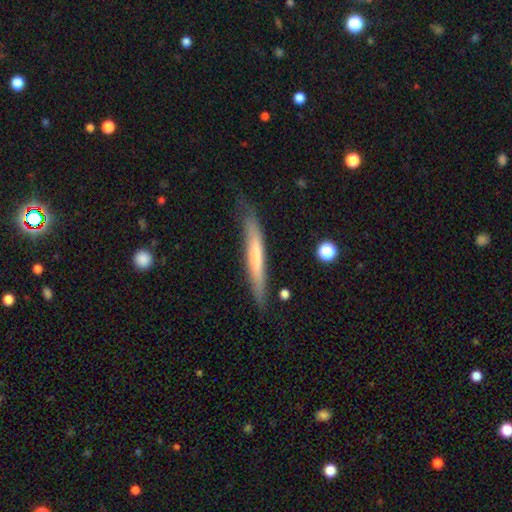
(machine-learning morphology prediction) Smooth or featured? smooth (53%)
How rounded? cigar-shaped (95%)
Merging? none (75%)